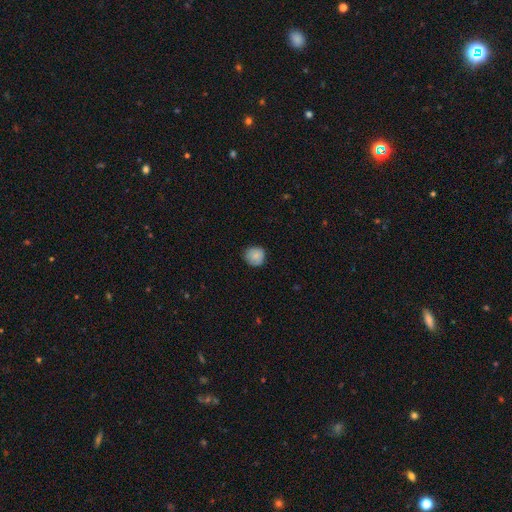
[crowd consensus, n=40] Smooth or featured? 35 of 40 (88%) said smooth. How rounded? 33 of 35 (94%) said round. Merging? 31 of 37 (84%) said none.